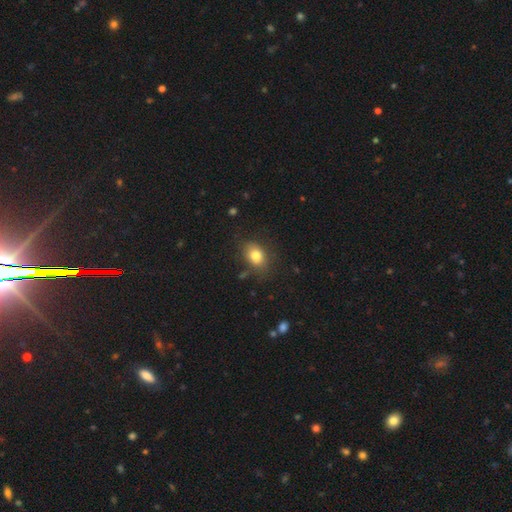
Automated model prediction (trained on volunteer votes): smooth 80%, featured or disk 10%, star or artifact 10%. Down the decision tree: how rounded — in between (72%); merging — none (77%).